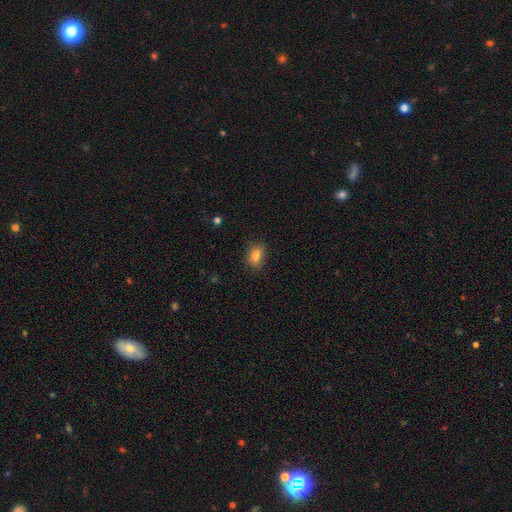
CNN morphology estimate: This appears to be a smooth galaxy with no disk features (80%) that is in between round and cigar-shaped (73%). Merging: none (83%).